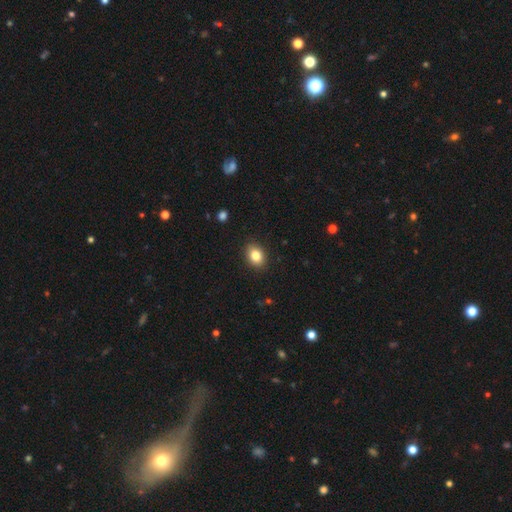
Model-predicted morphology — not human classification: This appears to be a smooth galaxy with no disk features (83%) that is in between round and cigar-shaped (64%). Merging: none (89%).